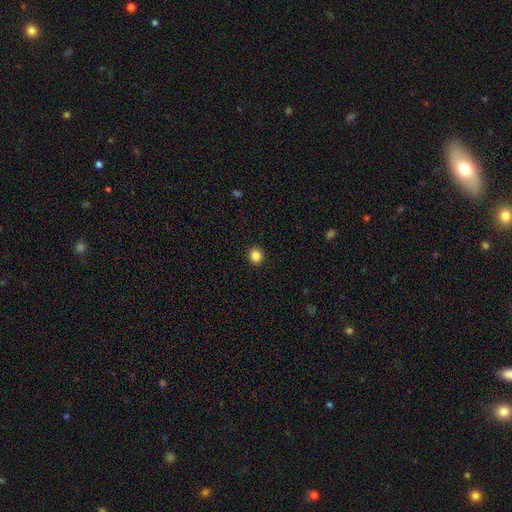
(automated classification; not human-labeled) The model was most divided on "smooth or featured": smooth: 85%, star or artifact: 11%, featured or disk: 4%. More confident: merging — none (93%); how rounded — round (89%).